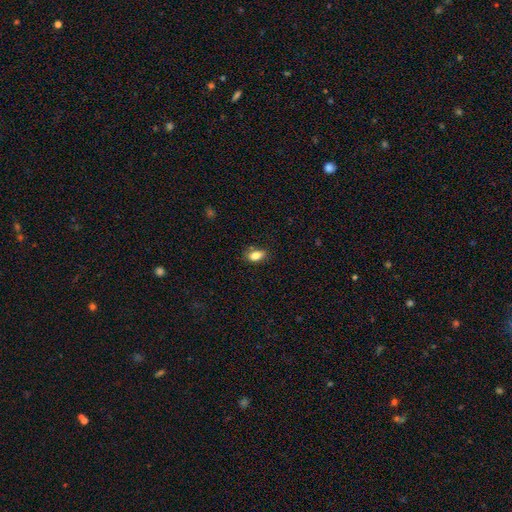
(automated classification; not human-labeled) smooth 83%, star or artifact 9%, featured or disk 8%. Down the decision tree: how rounded — in between (85%); merging — none (75%).